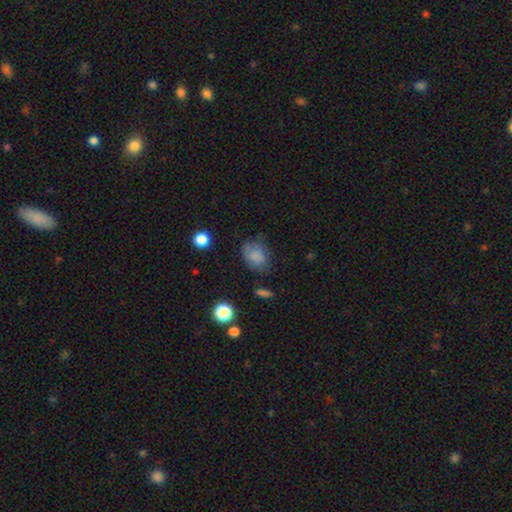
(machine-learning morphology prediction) smooth-or-featured: smooth: 78% | featured or disk: 12% | star or artifact: 10%
  how-rounded: in between: 66% | round: 32% | cigar-shaped: 1%
  merging: none: 62% | minor disturbance: 25% | major disturbance: 10% | merger: 2%